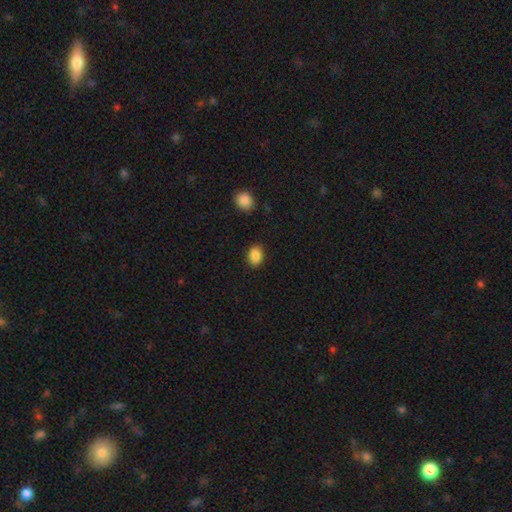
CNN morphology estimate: A smooth galaxy with no disk features (88%) that is in between round and cigar-shaped (76%). Merging: none (85%).